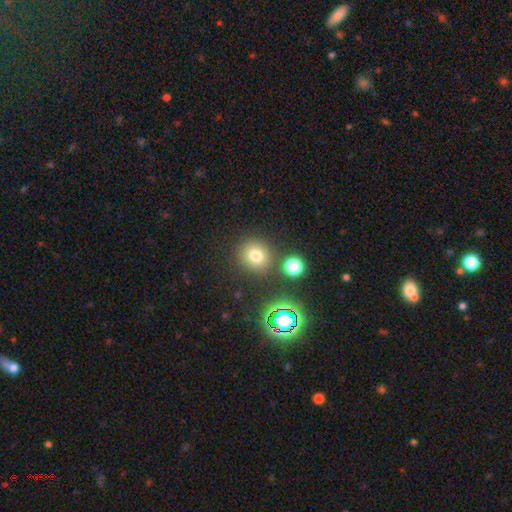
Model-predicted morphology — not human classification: Smooth or featured: smooth — 74% (star or artifact — 18%)
How rounded: round — 89% (in between — 10%)
Merging: none — 82% (minor disturbance — 8%)